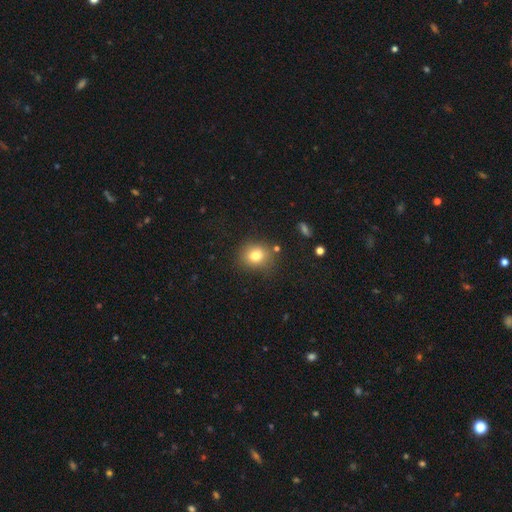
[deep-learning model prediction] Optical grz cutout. It shows a smooth galaxy with no disk features (78%) that is round (77%). Merging: none (81%).